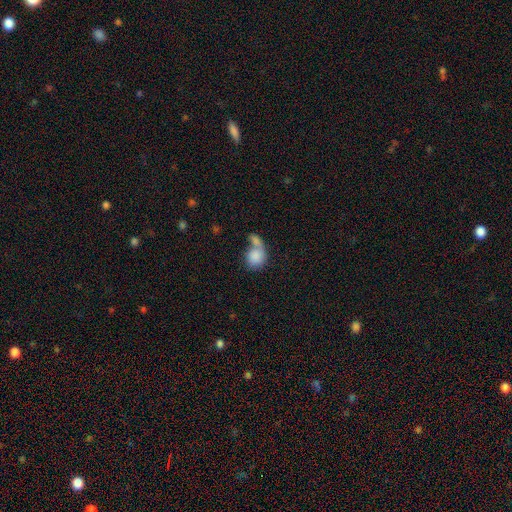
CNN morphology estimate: Smooth or featured? Predicted: smooth (p=0.82). How rounded? Predicted: round (p=0.65). Merging? Predicted: merger (p=0.57).